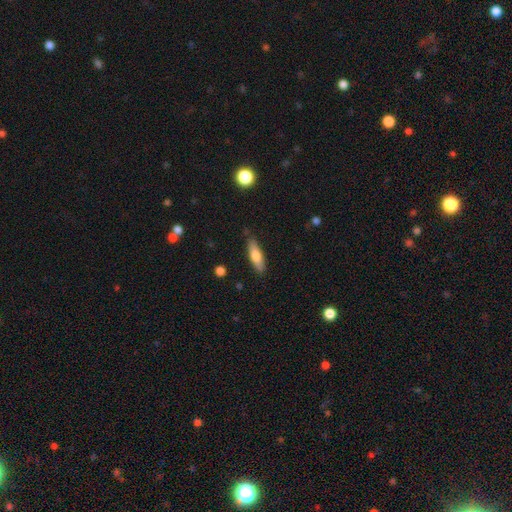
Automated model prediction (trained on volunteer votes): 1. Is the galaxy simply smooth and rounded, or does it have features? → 72% smooth, 22% featured or disk, 6% star or artifact.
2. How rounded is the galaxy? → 62% cigar-shaped, 36% in between, 2% round.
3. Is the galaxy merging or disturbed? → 83% none, 13% minor disturbance, 2% major disturbance, 2% merger.